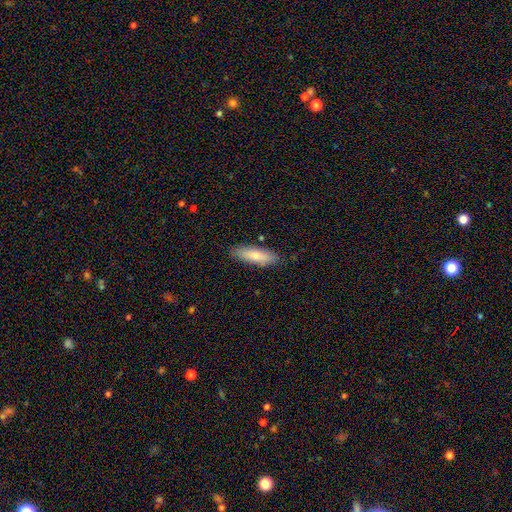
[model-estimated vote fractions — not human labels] This is likely a smooth galaxy (74%). How rounded: possibly cigar-shaped (52%). Merging: clearly none (85%).